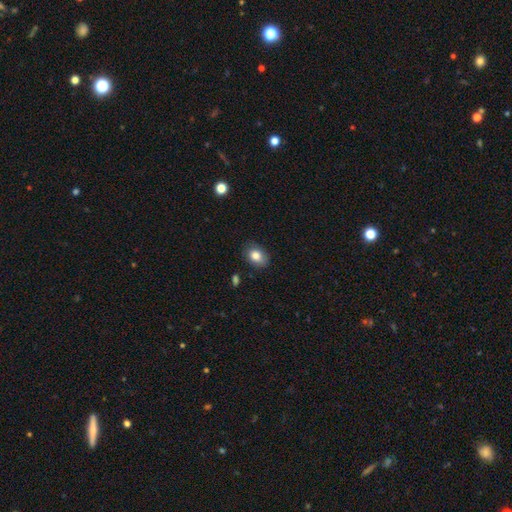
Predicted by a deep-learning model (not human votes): Morphology: type=smooth (83%); roundness=in between (74%); merging=none (83%).